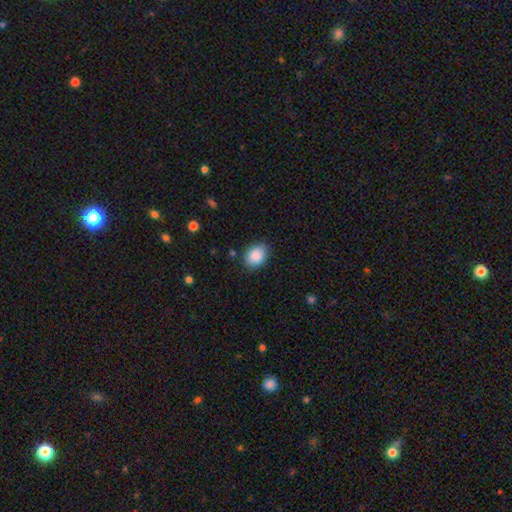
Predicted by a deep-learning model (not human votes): This is clearly a smooth galaxy (89%). How rounded: likely in between (74%). Merging: clearly none (83%).